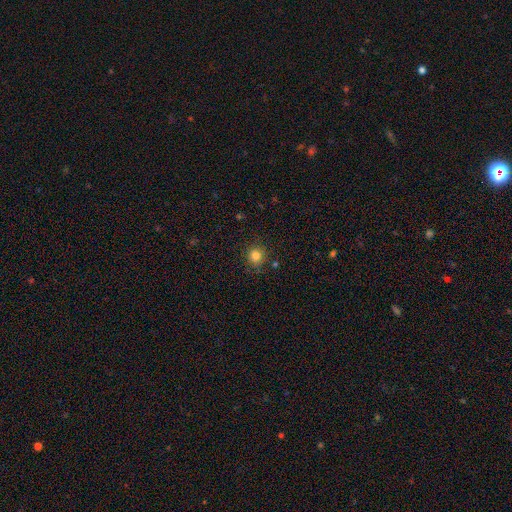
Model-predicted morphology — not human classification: Smooth or featured?
  - smooth: 81% *
  - star or artifact: 13%
  - featured or disk: 6%
How rounded?
  - round: 91% *
  - in between: 8%
  - cigar-shaped: 1%
Merging?
  - none: 85% *
  - minor disturbance: 10%
  - major disturbance: 3%
  - merger: 2%